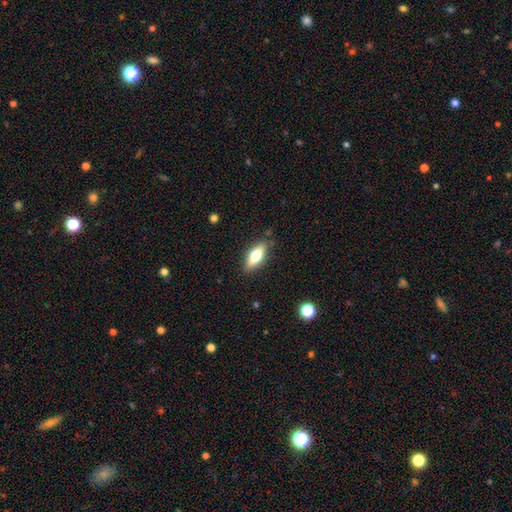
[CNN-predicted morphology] smooth_or_featured: smooth (p=0.60) [alt: featured or disk p=0.33]
how_rounded: in between (p=0.70) [alt: cigar-shaped p=0.27]
merging: none (p=0.85) [alt: minor disturbance p=0.11]